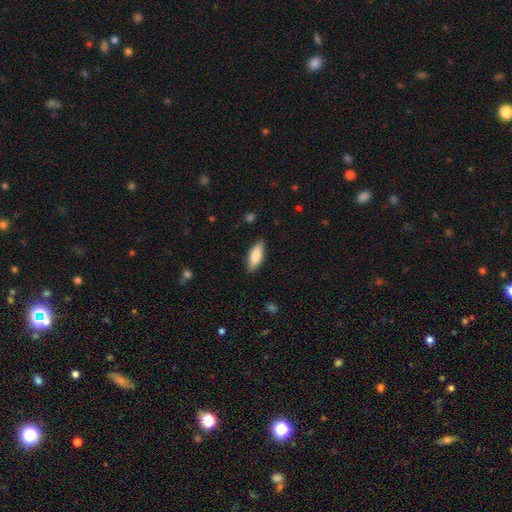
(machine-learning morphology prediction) smooth 82%, featured or disk 12%, star or artifact 6%. Down the decision tree: how rounded — in between (72%); merging — none (85%).